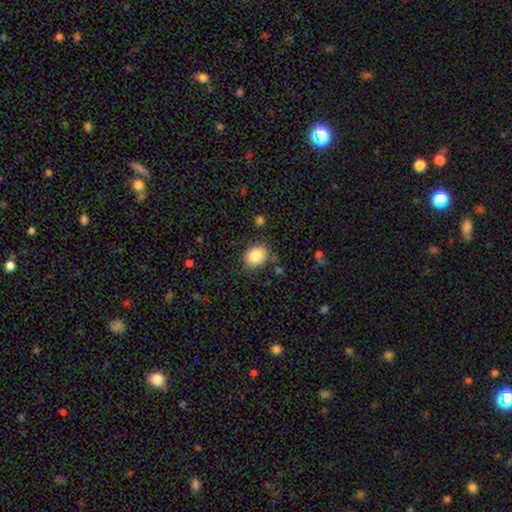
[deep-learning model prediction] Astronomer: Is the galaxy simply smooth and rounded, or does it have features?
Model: smooth — 85%.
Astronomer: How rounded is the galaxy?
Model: in between — 55% (runner-up: round, 44%).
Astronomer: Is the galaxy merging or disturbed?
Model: none — 81%.